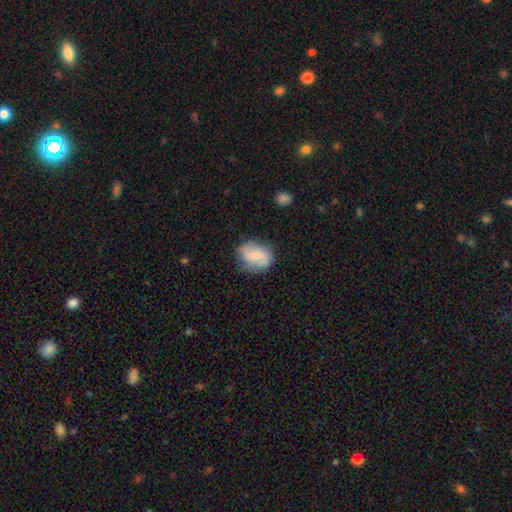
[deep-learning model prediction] A featured or disk galaxy (50%). Merging: none (72%).